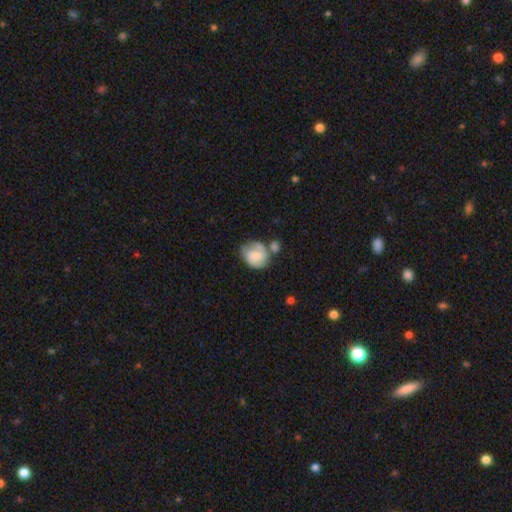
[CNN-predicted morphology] A featured or disk galaxy (46%, tied with smooth). Merging: none (39%).